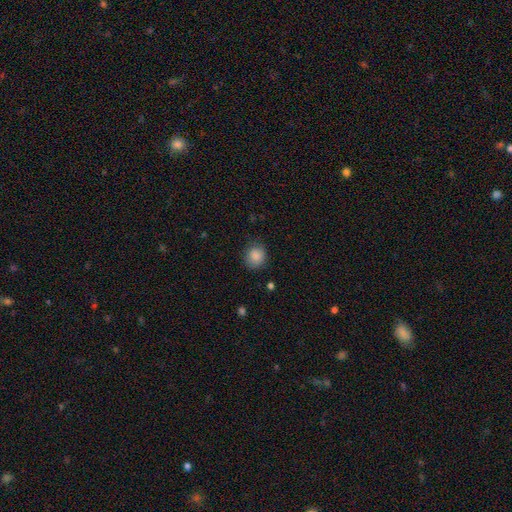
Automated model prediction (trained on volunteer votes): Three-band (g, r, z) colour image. It shows a smooth galaxy with no disk features (87%) that is round (75%). Merging: none (80%).